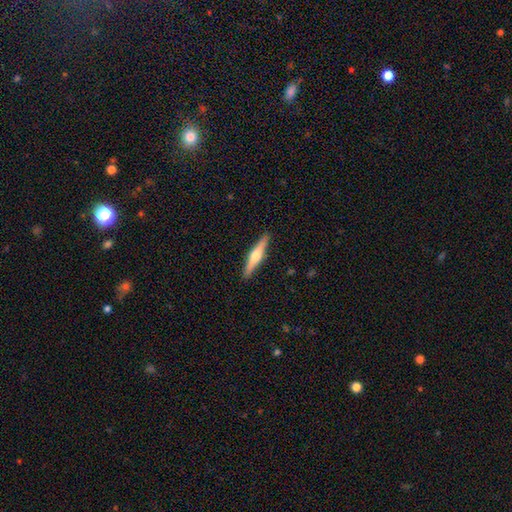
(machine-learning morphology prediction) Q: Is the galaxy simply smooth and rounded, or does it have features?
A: featured or disk — 63%.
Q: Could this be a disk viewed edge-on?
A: yes — 97%.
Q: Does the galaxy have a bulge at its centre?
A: rounded — 93%.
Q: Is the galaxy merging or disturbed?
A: none — 91%.